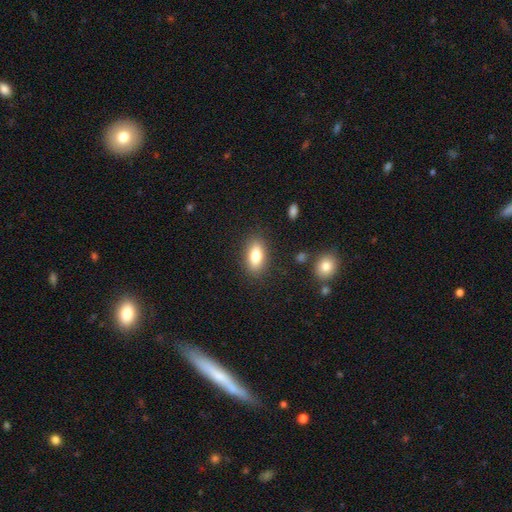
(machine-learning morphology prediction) smooth 79%, featured or disk 13%, star or artifact 8%. Down the decision tree: how rounded — in between (85%); merging — none (86%).